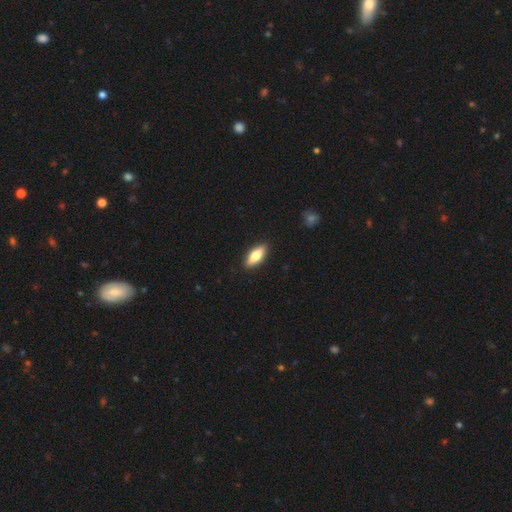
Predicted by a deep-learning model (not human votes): Smooth or featured?
  - smooth: 68% *
  - featured or disk: 27%
  - star or artifact: 6%
How rounded?
  - in between: 64% *
  - cigar-shaped: 34%
  - round: 2%
Merging?
  - none: 90% *
  - minor disturbance: 8%
  - major disturbance: 2%
  - merger: 1%